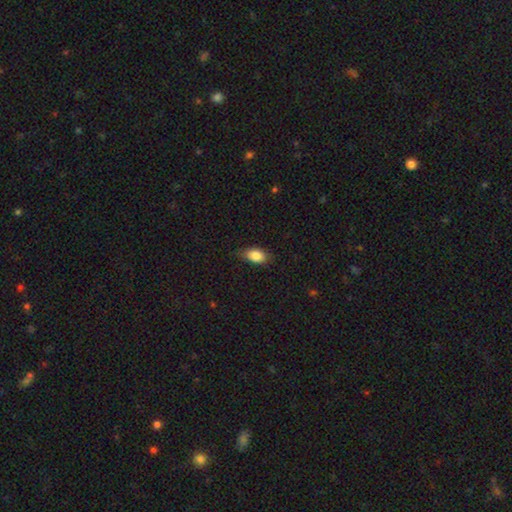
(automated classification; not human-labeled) A smooth galaxy with no disk features (85%) that is in between round and cigar-shaped (89%).

Vote fractions:
- Smooth or featured? smooth: 85% / featured or disk: 8% / star or artifact: 7%
- How rounded? in between: 89% / round: 8% / cigar-shaped: 4%
- Merging? none: 76% / minor disturbance: 19% / major disturbance: 4% / merger: 1%